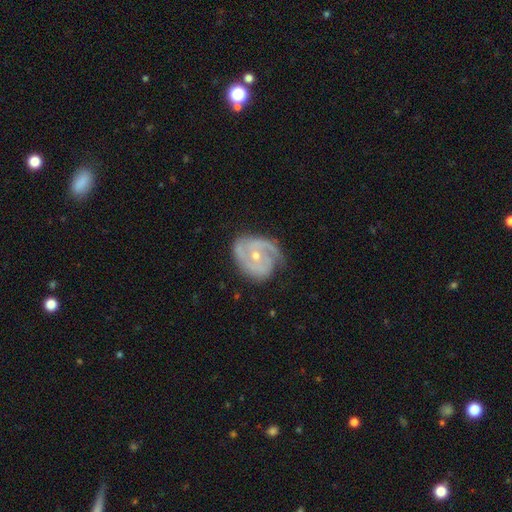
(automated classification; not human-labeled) The model was most divided on "bulge size": small: 55%, moderate: 42%, large: 1%, none: 1%, dominant: 1%. Remaining: edge-on disk — no (97%); spiral arms — yes (93%); smooth or featured — featured or disk (84%); bar — no (68%); merging — none (61%); spiral winding — tight (53%); spiral arm count — 2 (48%).